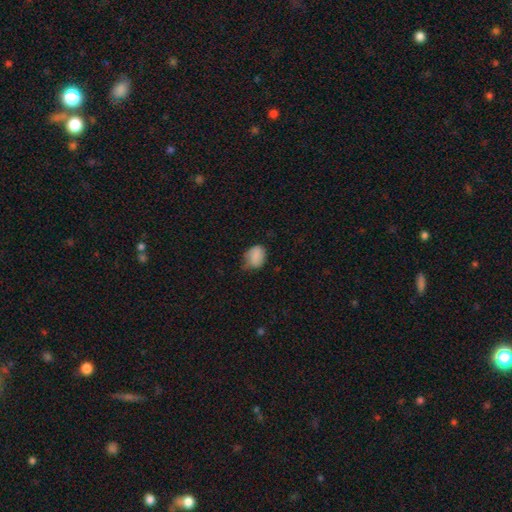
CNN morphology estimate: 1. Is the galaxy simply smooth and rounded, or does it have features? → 82% smooth, 10% featured or disk, 8% star or artifact.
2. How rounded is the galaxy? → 60% in between, 39% round, 1% cigar-shaped.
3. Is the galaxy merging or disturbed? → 46% none, 41% minor disturbance, 11% major disturbance, 2% merger.